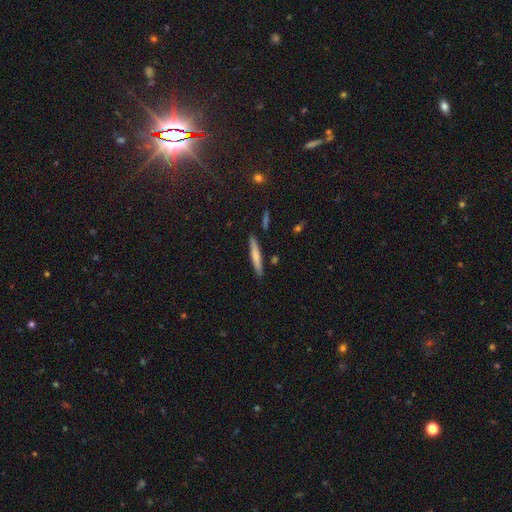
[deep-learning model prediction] A smooth galaxy with no disk features (65%) that is cigar-shaped (92%). Merging: none (85%).